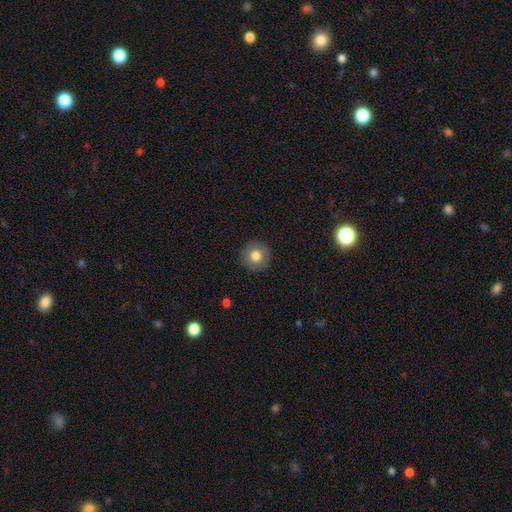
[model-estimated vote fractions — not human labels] A smooth galaxy with no disk features (78%) that is round (95%). Merging: none (91%).